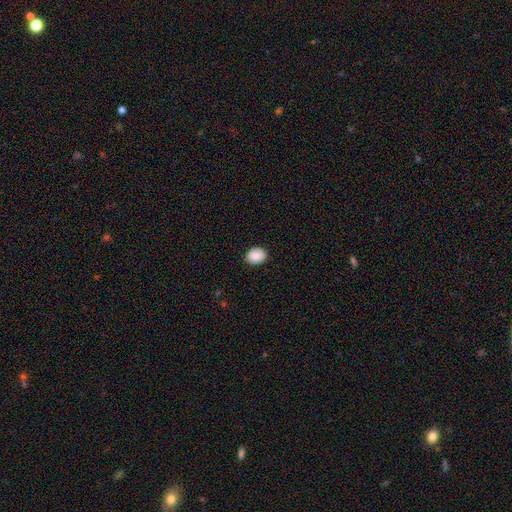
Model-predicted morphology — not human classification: Smooth or featured?
  - smooth: 89% *
  - star or artifact: 7%
  - featured or disk: 3%
How rounded?
  - round: 52% *
  - in between: 47%
  - cigar-shaped: 1%
Merging?
  - none: 87% *
  - minor disturbance: 10%
  - major disturbance: 2%
  - merger: 1%